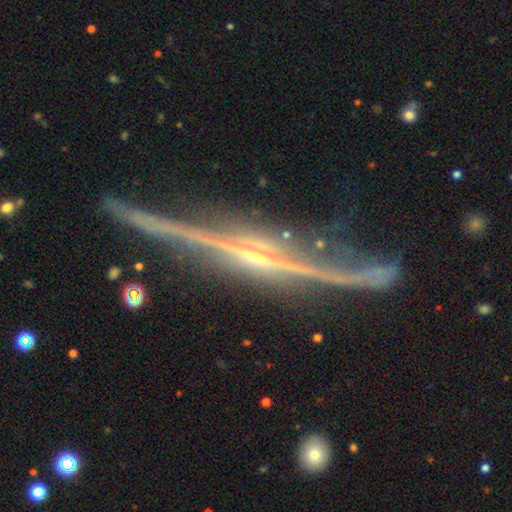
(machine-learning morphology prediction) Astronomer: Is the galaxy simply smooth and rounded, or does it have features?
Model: featured or disk — 89%.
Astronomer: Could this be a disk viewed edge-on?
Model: yes — 95%.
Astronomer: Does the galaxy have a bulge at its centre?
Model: rounded — 76%.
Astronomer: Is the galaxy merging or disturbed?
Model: none — 77%.